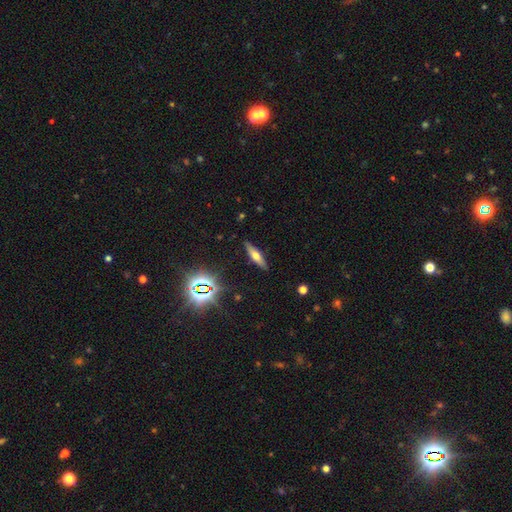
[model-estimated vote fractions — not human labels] Morphology: type=featured or disk (46%); merging=none (88%).